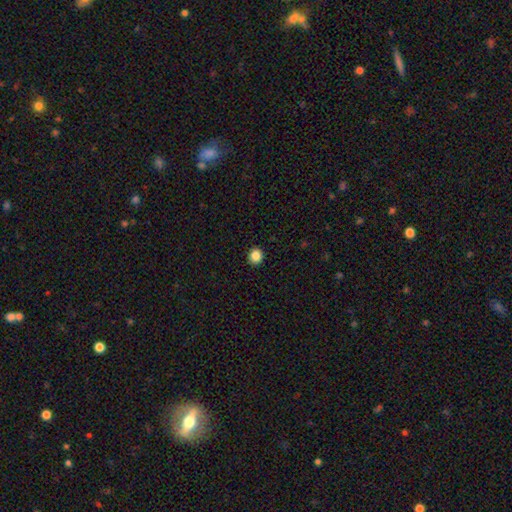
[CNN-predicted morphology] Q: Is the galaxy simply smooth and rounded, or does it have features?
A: smooth — 86%.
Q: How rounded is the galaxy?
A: round — 88%.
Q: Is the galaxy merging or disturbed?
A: none — 93%.